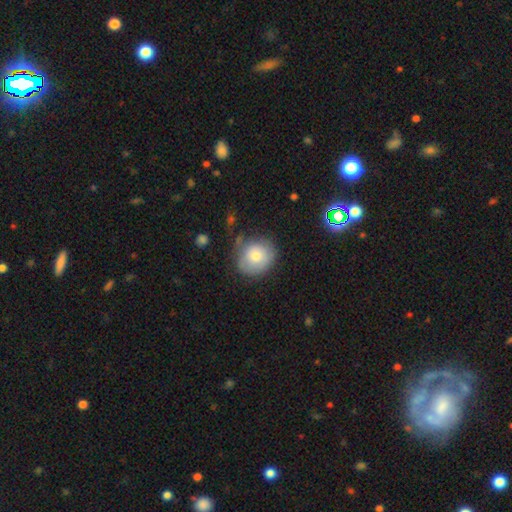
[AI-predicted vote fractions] A smooth galaxy with no disk features (72%) that is round (79%).

Vote fractions:
- Smooth or featured? smooth: 72% / featured or disk: 19% / star or artifact: 9%
- How rounded? round: 79% / in between: 20% / cigar-shaped: 1%
- Merging? none: 63% / minor disturbance: 25% / major disturbance: 9% / merger: 3%